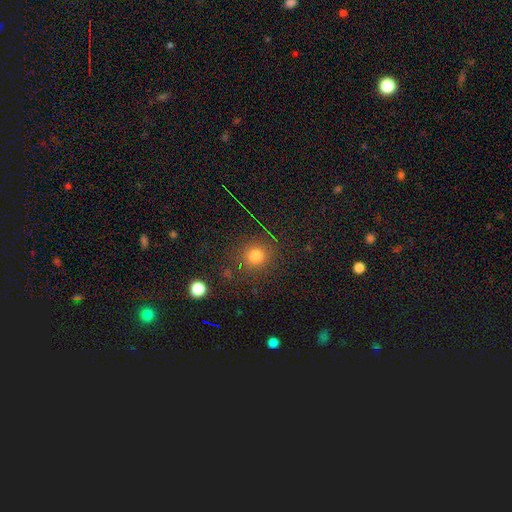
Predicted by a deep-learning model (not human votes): The model was most divided on "smooth or featured": smooth: 75%, star or artifact: 18%, featured or disk: 7%. More confident: how rounded — round (89%); merging — none (85%).